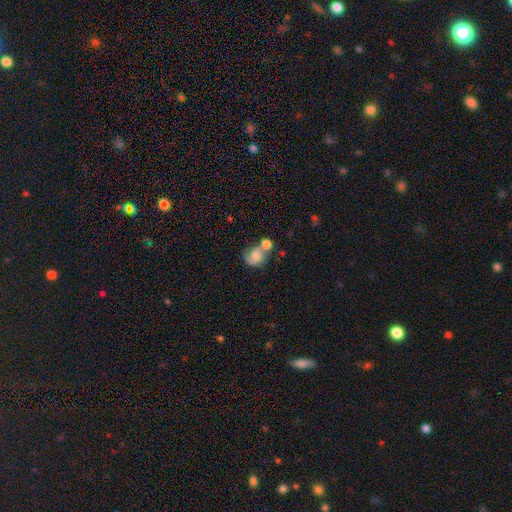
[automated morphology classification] Smooth or featured: smooth — 46% (featured or disk — 44%)
Merging: merger — 38% (none — 37%)